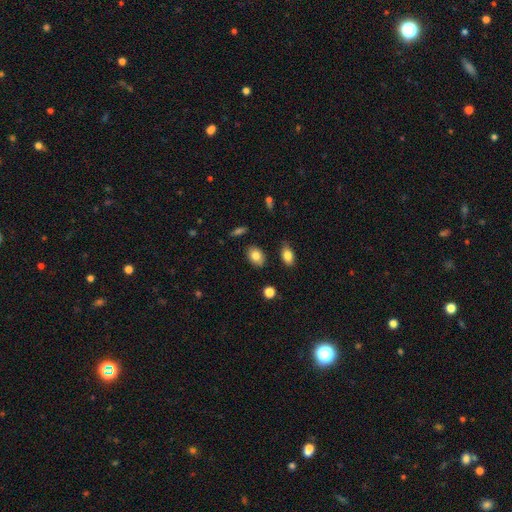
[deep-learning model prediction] This appears to be a smooth galaxy with no disk features (81%) that is in between round and cigar-shaped (77%). Merging: none (83%).